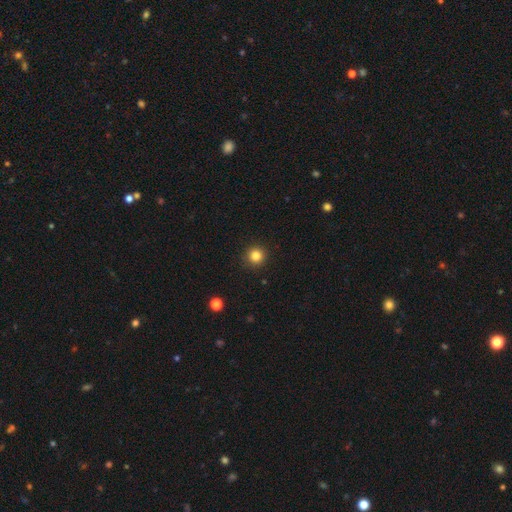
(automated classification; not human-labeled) The model was most divided on "smooth or featured": smooth: 84%, star or artifact: 12%, featured or disk: 4%. More confident: how rounded — round (95%); merging — none (92%).